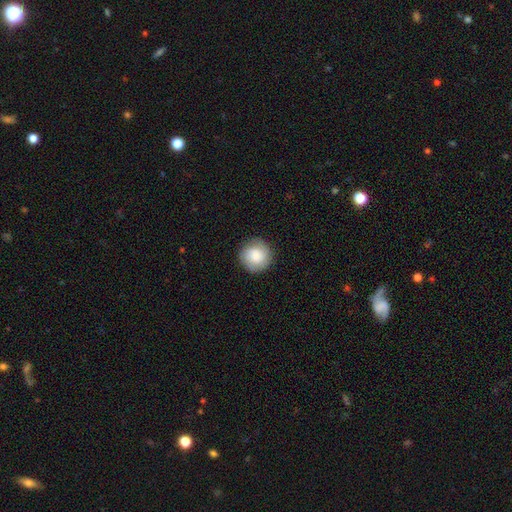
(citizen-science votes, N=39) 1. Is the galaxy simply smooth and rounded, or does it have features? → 79% smooth, 18% featured or disk, 3% star or artifact.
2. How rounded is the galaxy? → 97% round, 3% in between, 0% cigar-shaped.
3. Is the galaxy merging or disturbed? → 97% none, 3% minor disturbance, 0% major disturbance, 0% merger.